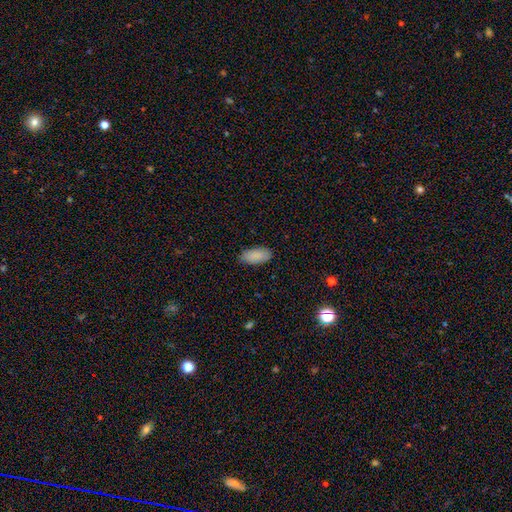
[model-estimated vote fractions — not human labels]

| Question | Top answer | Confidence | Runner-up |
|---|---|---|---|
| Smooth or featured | smooth | 89% | star or artifact (7%) |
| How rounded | in between | 92% | cigar-shaped (6%) |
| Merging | none | 85% | minor disturbance (12%) |